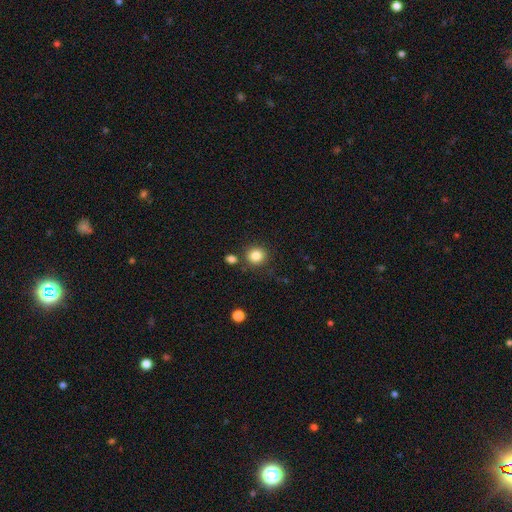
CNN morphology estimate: Smooth or featured? smooth (84%)
How rounded? round (89%)
Merging? none (82%)